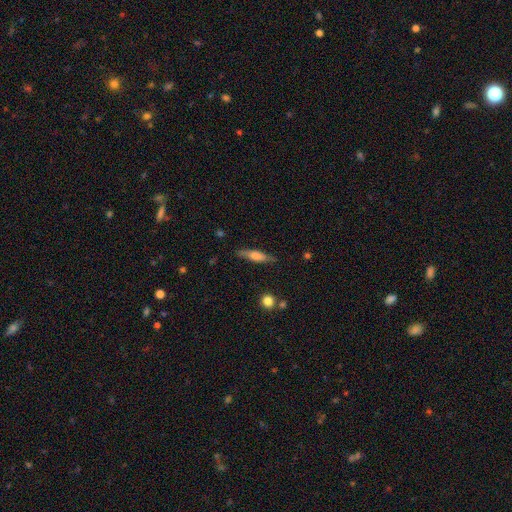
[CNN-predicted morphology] Smooth or featured? Predicted: smooth (p=0.51). How rounded? Predicted: cigar-shaped (p=0.74). Merging? Predicted: none (p=0.83).